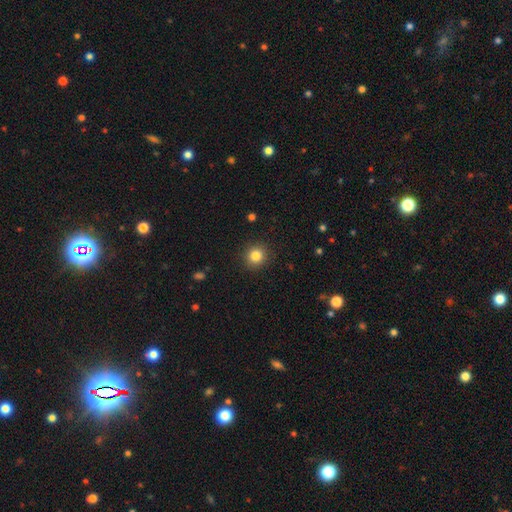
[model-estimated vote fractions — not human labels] Overall: smooth (83%). How rounded: round (90%). Merging: none (91%).